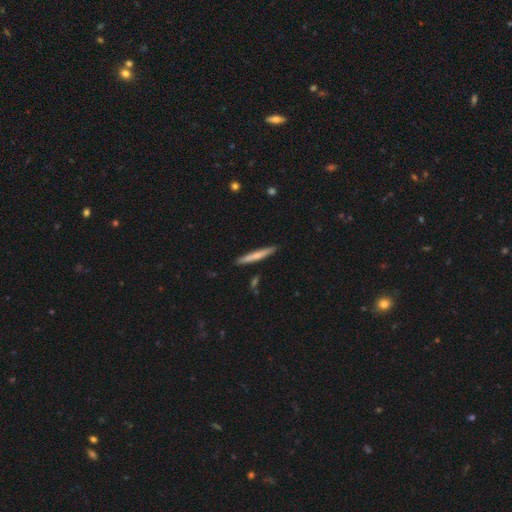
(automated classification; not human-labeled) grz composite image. It shows a smooth galaxy with no disk features (65%) that is cigar-shaped (96%). Merging: none (90%).